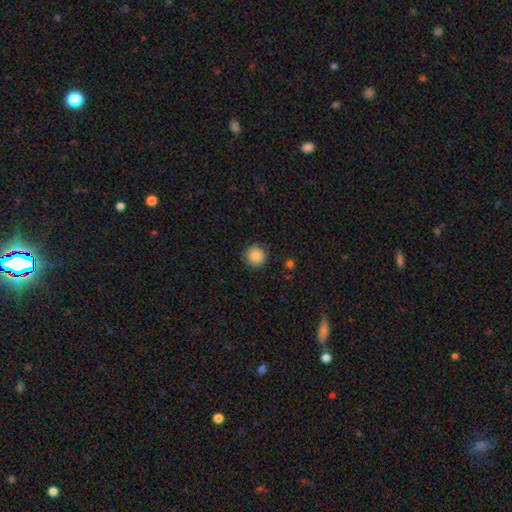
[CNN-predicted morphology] Overall: smooth (86%). How rounded: round (95%). Merging: none (88%).